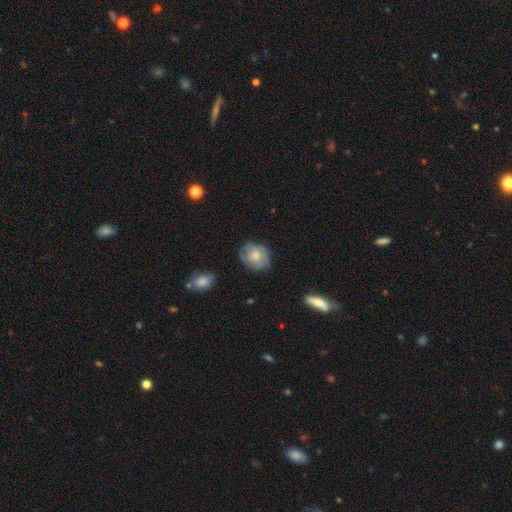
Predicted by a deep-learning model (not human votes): Morphology: type=smooth (47%); merging=none (73%).